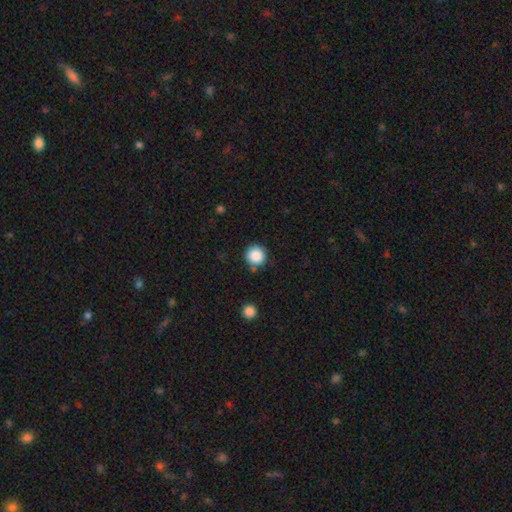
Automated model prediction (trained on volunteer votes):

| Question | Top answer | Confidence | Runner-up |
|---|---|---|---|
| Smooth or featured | smooth | 87% | star or artifact (9%) |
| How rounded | round | 95% | in between (4%) |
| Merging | none | 84% | minor disturbance (9%) |